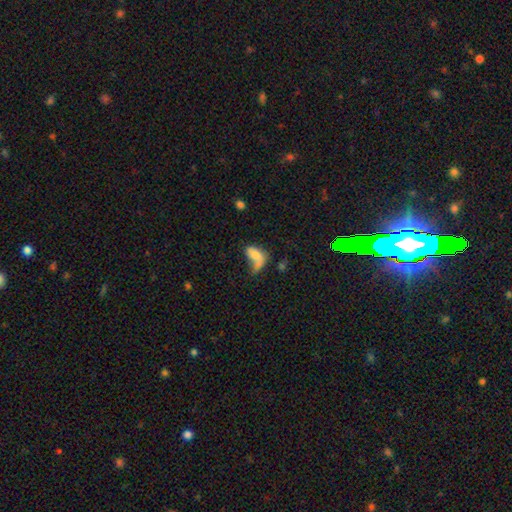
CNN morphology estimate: Smooth or featured: smooth — 64% (featured or disk — 26%)
How rounded: in between — 89% (round — 7%)
Merging: major disturbance — 38% (none — 24%)